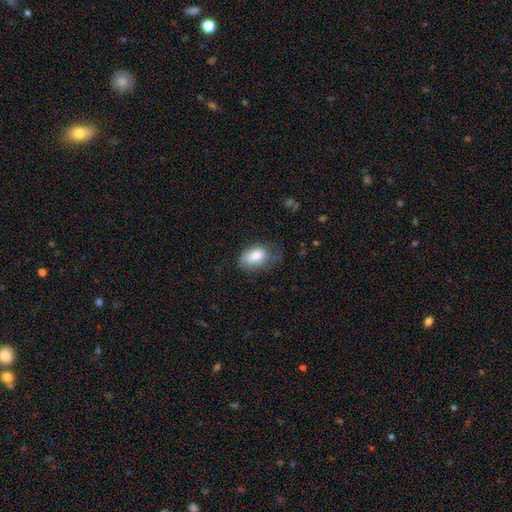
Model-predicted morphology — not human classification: Overall: smooth (80%). How rounded: in between (87%). Merging: none (48%; minor disturbance 35%).